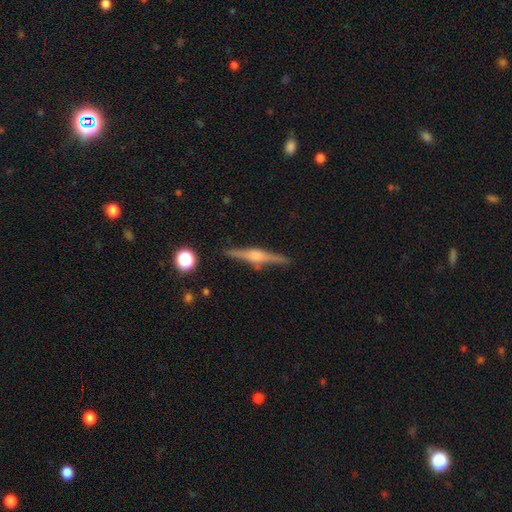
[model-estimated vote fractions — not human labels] This is likely a featured or disk galaxy (80%). It is clearly viewed edge-on (98%). Edge-on bulge: clearly rounded (82%). Merging: clearly none (89%).